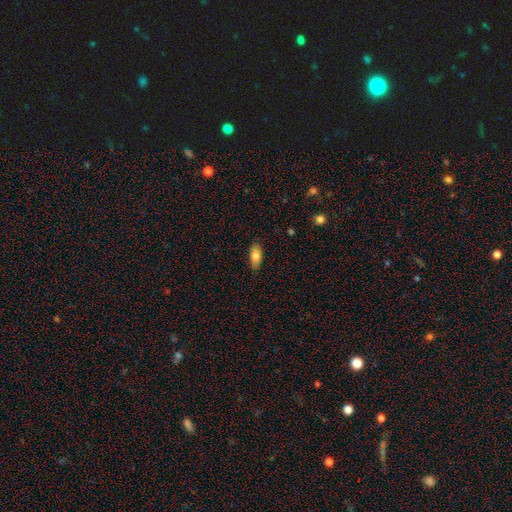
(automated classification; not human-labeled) Smooth or featured: smooth — 79% (featured or disk — 14%)
How rounded: in between — 85% (cigar-shaped — 12%)
Merging: none — 87% (minor disturbance — 10%)